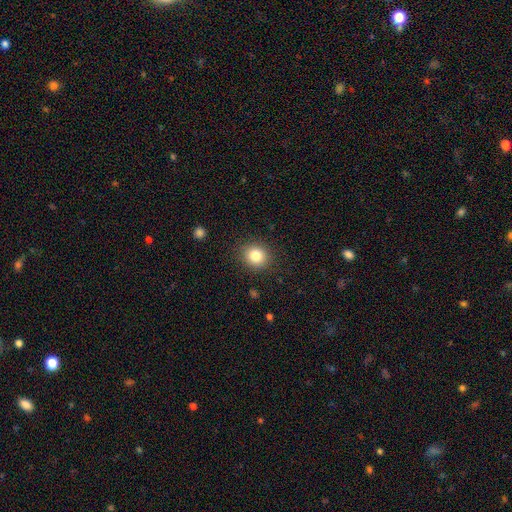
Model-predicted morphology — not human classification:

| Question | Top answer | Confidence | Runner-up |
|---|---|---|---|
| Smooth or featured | smooth | 83% | star or artifact (11%) |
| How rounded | round | 79% | in between (20%) |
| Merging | none | 88% | minor disturbance (8%) |